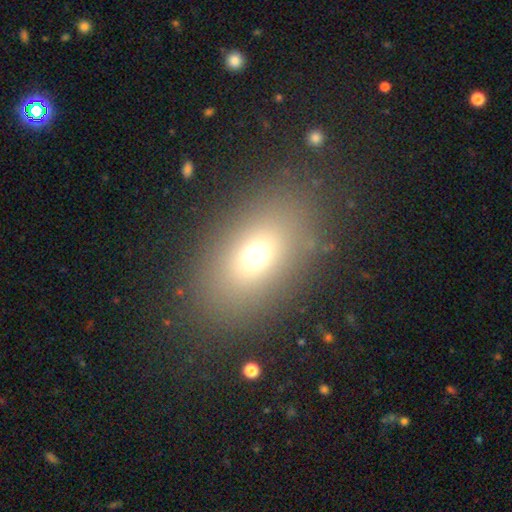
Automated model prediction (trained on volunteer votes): Morphology: type=smooth (68%); roundness=in between (74%); merging=none (83%).